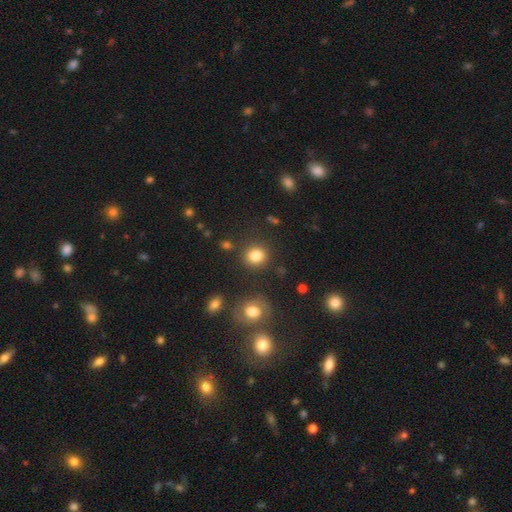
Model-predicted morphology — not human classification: This is clearly a smooth galaxy (83%). How rounded: clearly round (83%). Merging: clearly none (85%).